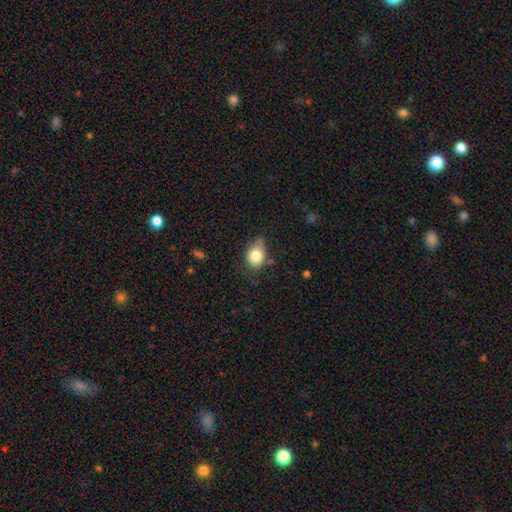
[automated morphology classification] Smooth or featured? Predicted: smooth (p=0.82). How rounded? Predicted: in between (p=0.54). Merging? Predicted: none (p=0.49).